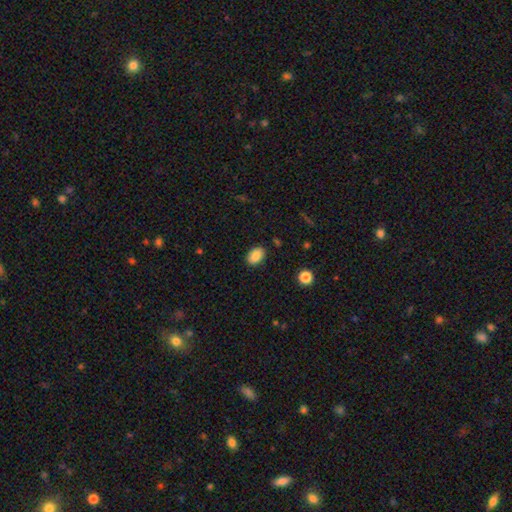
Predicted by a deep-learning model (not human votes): This is clearly a smooth galaxy (86%). How rounded: clearly in between (85%). Merging: clearly none (87%).